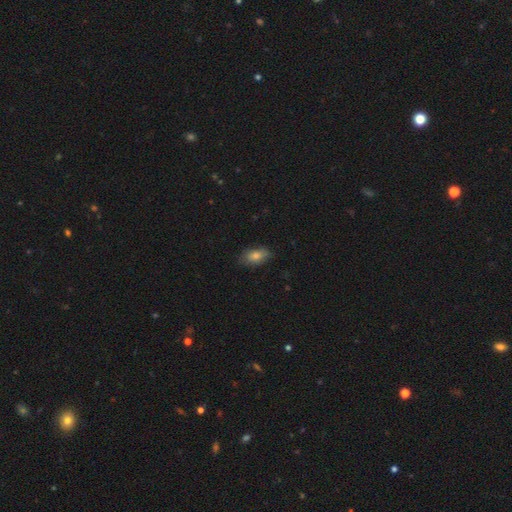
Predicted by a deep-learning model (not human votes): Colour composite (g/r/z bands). It shows a smooth galaxy with no disk features (77%) that is in between round and cigar-shaped (88%). Merging: none (80%).